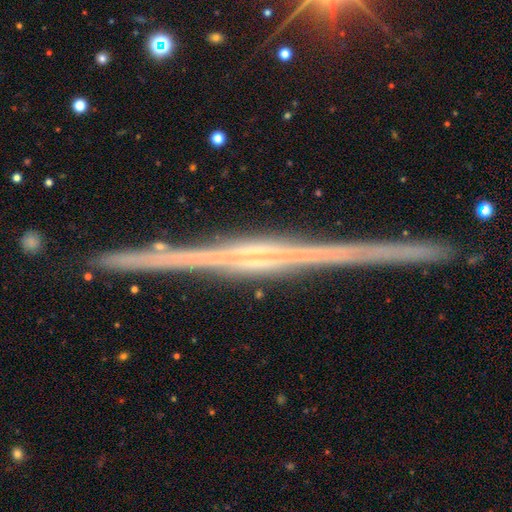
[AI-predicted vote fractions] A featured or disk galaxy (84%) viewed edge-on (98%) with a rounded central bulge (46%).

Vote fractions:
- Smooth or featured? featured or disk: 84% / star or artifact: 9% / smooth: 7%
- Edge-on disk? yes: 98% / no: 2%
- Edge-on bulge? rounded: 46% / none: 36% / boxy: 18%
- Merging? none: 91% / minor disturbance: 6% / major disturbance: 1% / merger: 1%